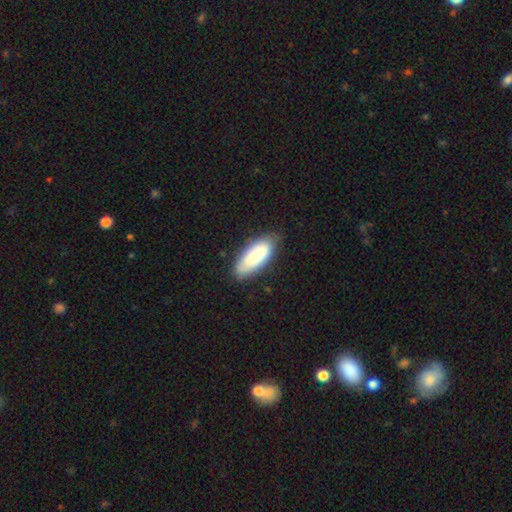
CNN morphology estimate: type=smooth (81%); roundness=in between (80%); merging=none (77%).